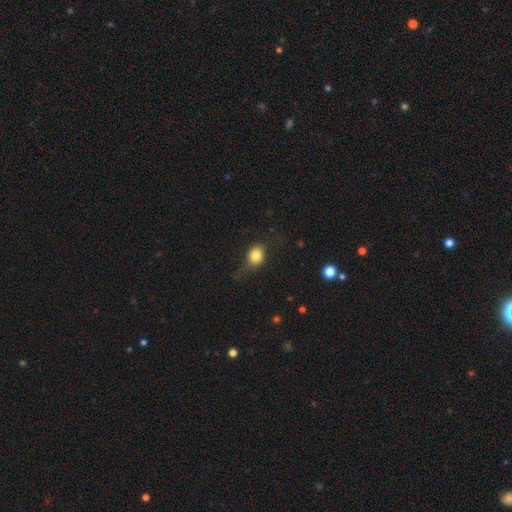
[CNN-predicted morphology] smooth-or-featured: smooth: 78% | featured or disk: 12% | star or artifact: 10%
  how-rounded: round: 51% | in between: 48% | cigar-shaped: 2%
  merging: none: 61% | minor disturbance: 24% | major disturbance: 13% | merger: 2%